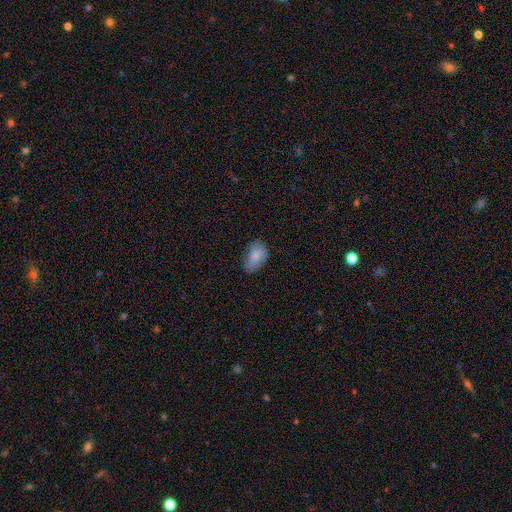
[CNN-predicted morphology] The model was most divided on "merging": none: 70%, minor disturbance: 23%, major disturbance: 5%, merger: 1%. More confident: how rounded — in between (89%); smooth or featured — smooth (80%).